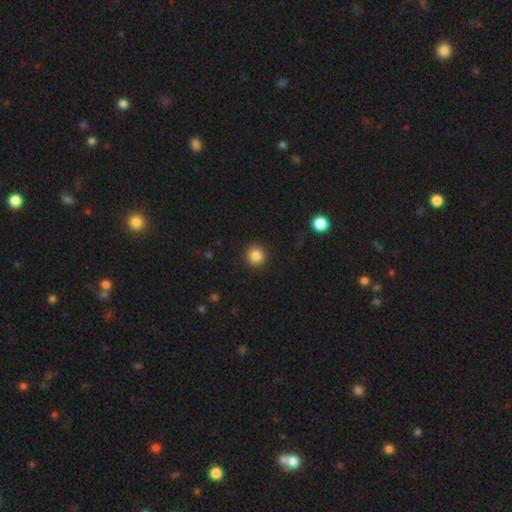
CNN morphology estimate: Smooth or featured: smooth — 86% (star or artifact — 10%)
How rounded: round — 94% (in between — 5%)
Merging: none — 92% (minor disturbance — 5%)